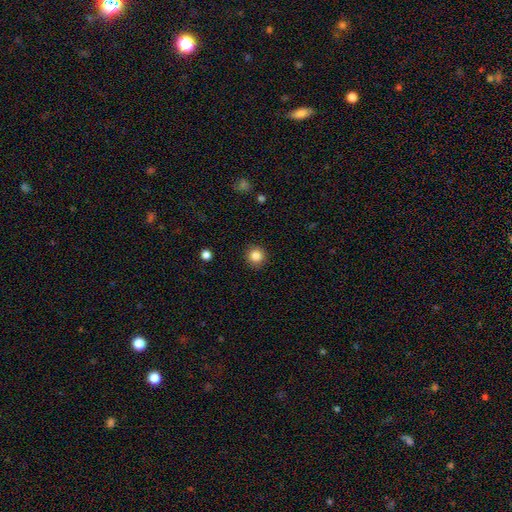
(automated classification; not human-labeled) This is clearly a smooth galaxy (85%). How rounded: clearly round (94%). Merging: clearly none (91%).